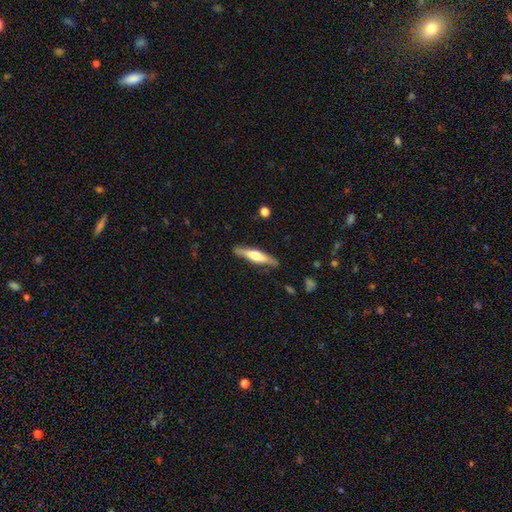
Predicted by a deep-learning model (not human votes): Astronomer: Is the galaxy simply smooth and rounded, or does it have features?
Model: featured or disk — 56% (runner-up: smooth, 39%).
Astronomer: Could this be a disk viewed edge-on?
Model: yes — 94%.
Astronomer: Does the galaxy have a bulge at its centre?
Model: rounded — 84%.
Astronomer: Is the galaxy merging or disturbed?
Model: none — 85%.